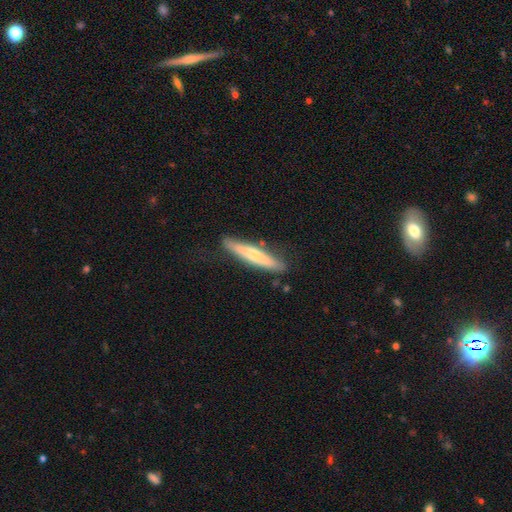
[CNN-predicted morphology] A smooth galaxy with no disk features (54%) that is cigar-shaped (92%).

Vote fractions:
- Smooth or featured? smooth: 54% / featured or disk: 40% / star or artifact: 6%
- How rounded? cigar-shaped: 92% / in between: 7% / round: 1%
- Merging? none: 81% / minor disturbance: 14% / major disturbance: 3% / merger: 2%